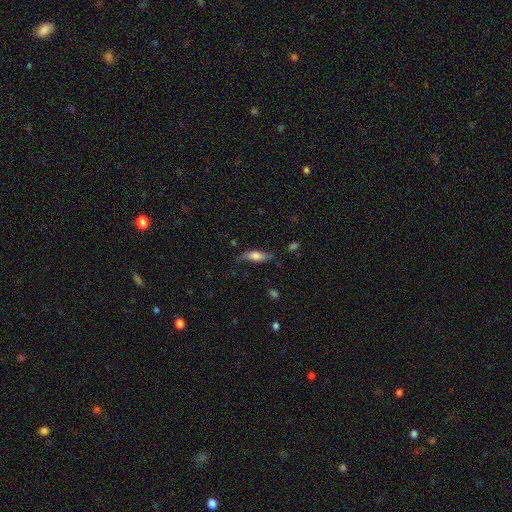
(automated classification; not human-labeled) smooth-or-featured: smooth: 64% | featured or disk: 29% | star or artifact: 7%
  how-rounded: in between: 55% | cigar-shaped: 42% | round: 3%
  merging: none: 63% | minor disturbance: 27% | major disturbance: 8% | merger: 2%